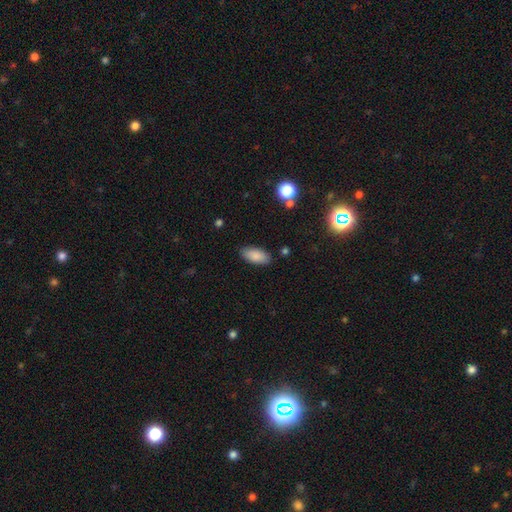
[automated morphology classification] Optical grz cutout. It shows a smooth galaxy with no disk features (86%) that is in between round and cigar-shaped (89%). Merging: none (86%).